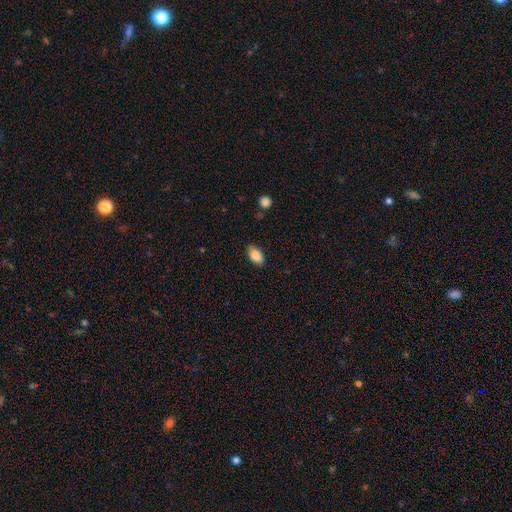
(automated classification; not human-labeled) Smooth or featured? smooth (88%)
How rounded? in between (92%)
Merging? none (85%)